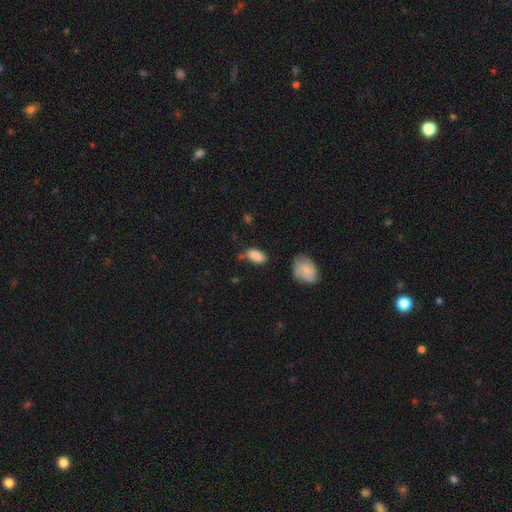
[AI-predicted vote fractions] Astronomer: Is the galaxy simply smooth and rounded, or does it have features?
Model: smooth — 86%.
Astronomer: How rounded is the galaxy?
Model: in between — 92%.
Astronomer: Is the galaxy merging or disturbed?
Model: none — 61%.